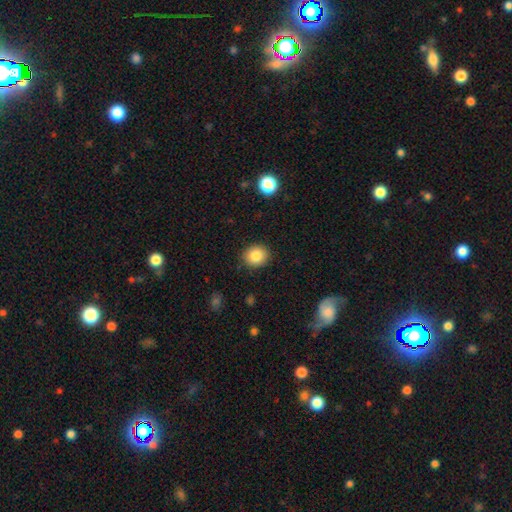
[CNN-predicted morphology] Smooth or featured? Predicted: smooth (p=0.85). How rounded? Predicted: round (p=0.75). Merging? Predicted: none (p=0.89).